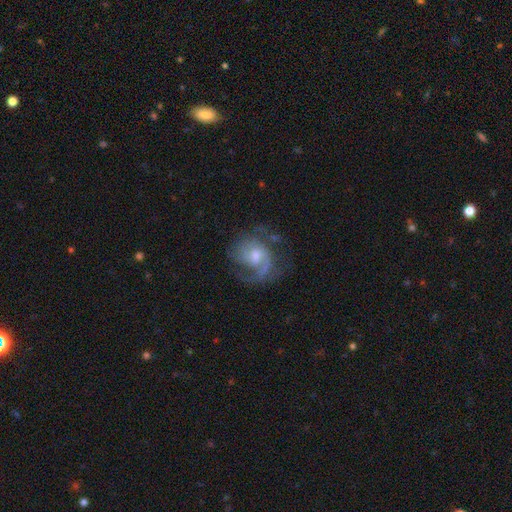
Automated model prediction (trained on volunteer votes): Smooth or featured? Predicted: featured or disk (p=0.80). Edge-on disk? Predicted: no (p=0.97). Bar? Predicted: no (p=0.61). Spiral arms? Predicted: yes (p=0.93). Spiral winding? Predicted: medium (p=0.47). Spiral arm count? Predicted: 2 (p=0.40). Bulge size? Predicted: moderate (p=0.52). Merging? Predicted: none (p=0.57).